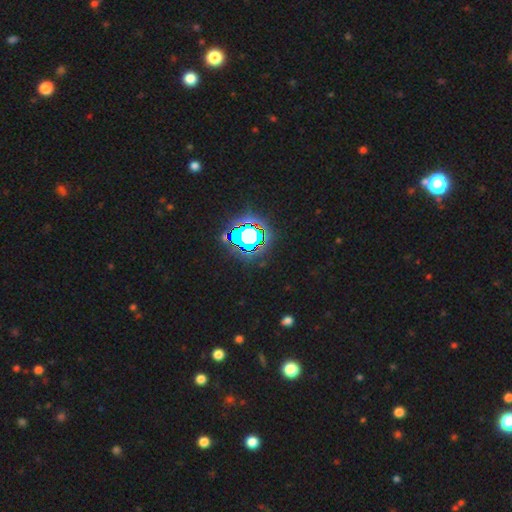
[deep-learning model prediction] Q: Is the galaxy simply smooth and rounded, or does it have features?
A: star or artifact — 81%.